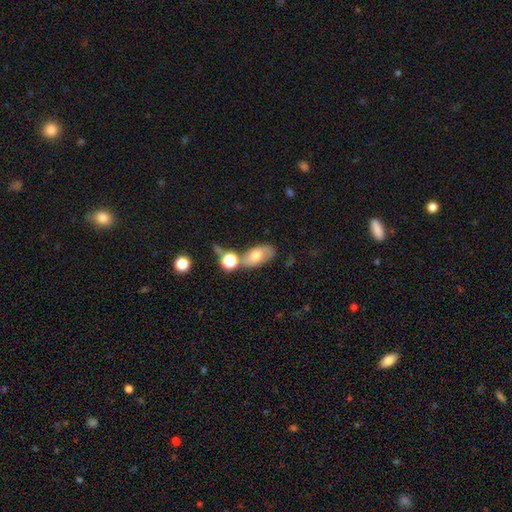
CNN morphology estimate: A smooth galaxy with no disk features (59%) that is in between round and cigar-shaped (87%). Merging: none (48%).